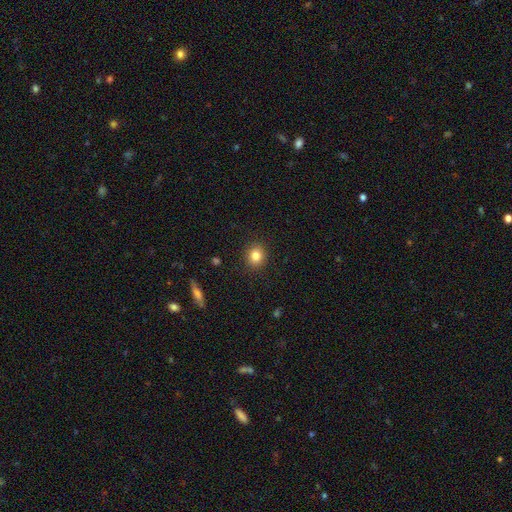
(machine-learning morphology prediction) smooth 82%, star or artifact 11%, featured or disk 6%. Down the decision tree: how rounded — round (79%); merging — none (90%).